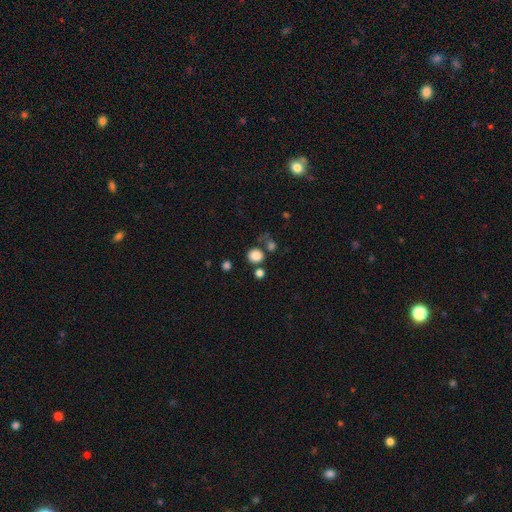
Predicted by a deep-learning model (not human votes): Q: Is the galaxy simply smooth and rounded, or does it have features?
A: smooth — 83%.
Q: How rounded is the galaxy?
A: round — 82%.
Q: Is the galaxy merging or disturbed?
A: none — 68%.